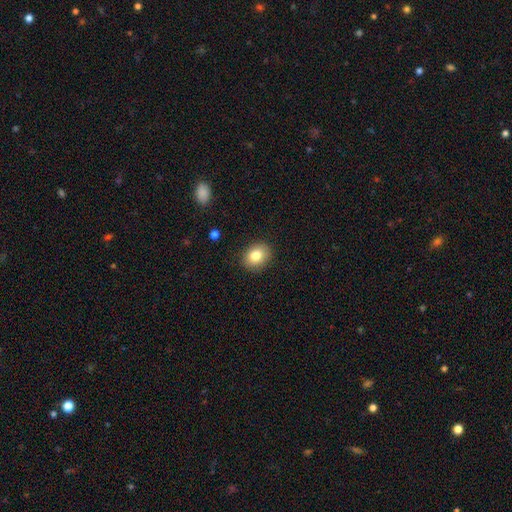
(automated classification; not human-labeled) smooth 81%, star or artifact 9%, featured or disk 9%. Down the decision tree: how rounded — round (51%); merging — none (89%).